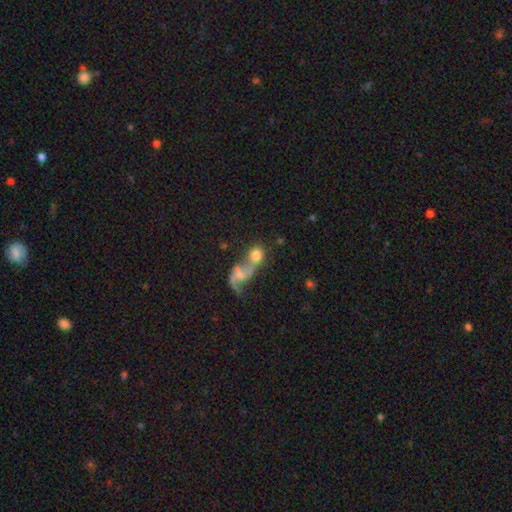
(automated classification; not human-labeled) The model was most divided on "smooth or featured": smooth: 60%, featured or disk: 29%, star or artifact: 11%. More confident: how rounded — round (68%); merging — merger (64%).